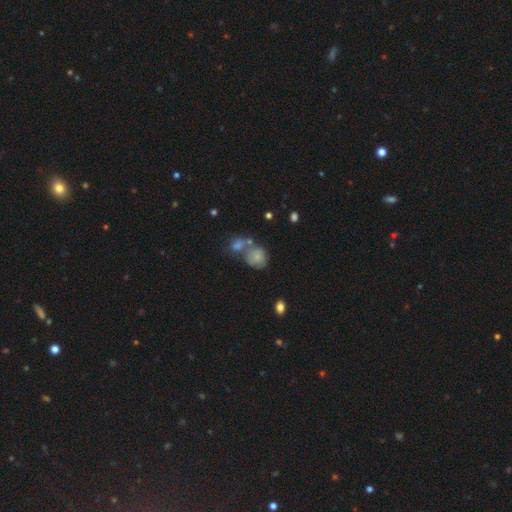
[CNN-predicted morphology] Smooth or featured? smooth (66%)
How rounded? round (60%)
Merging? merger (39%)